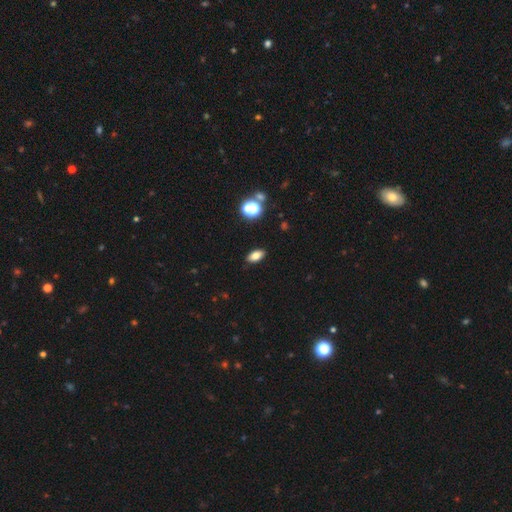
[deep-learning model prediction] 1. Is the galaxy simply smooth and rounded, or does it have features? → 77% smooth, 12% star or artifact, 11% featured or disk.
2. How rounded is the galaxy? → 85% in between, 9% cigar-shaped, 7% round.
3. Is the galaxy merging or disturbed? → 88% none, 8% minor disturbance, 2% major disturbance, 1% merger.